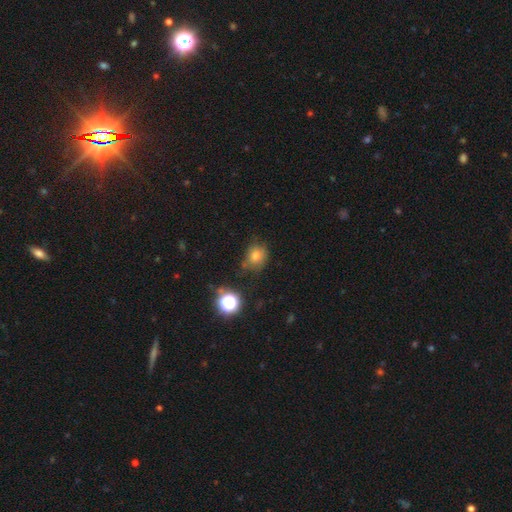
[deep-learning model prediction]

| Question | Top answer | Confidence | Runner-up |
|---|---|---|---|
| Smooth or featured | smooth | 73% | star or artifact (17%) |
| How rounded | round | 67% | in between (32%) |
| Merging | none | 64% | minor disturbance (24%) |